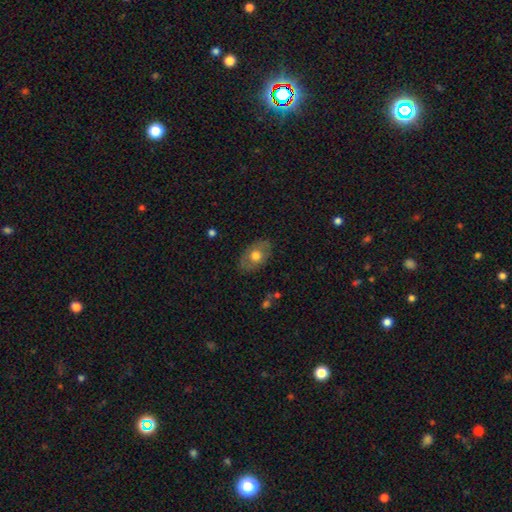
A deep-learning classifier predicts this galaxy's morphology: A smooth galaxy with no disk features (60%) that is in between round and cigar-shaped (83%).

Vote fractions:
- Smooth or featured? smooth: 60% / featured or disk: 33% / star or artifact: 7%
- How rounded? in between: 83% / round: 16% / cigar-shaped: 1%
- Merging? none: 80% / minor disturbance: 15% / major disturbance: 4% / merger: 1%